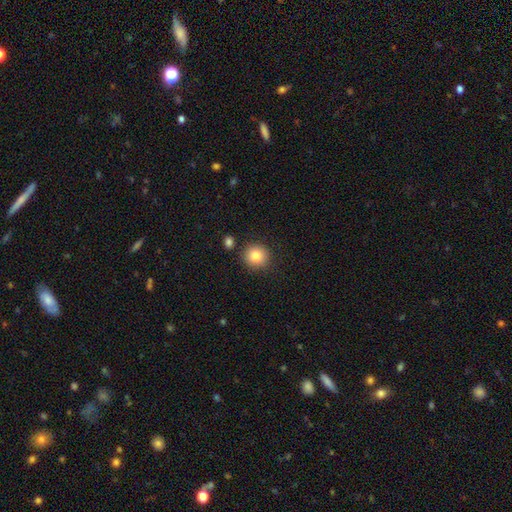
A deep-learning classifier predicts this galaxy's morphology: A smooth galaxy with no disk features (84%) that is round (91%).

Vote fractions:
- Smooth or featured? smooth: 84% / star or artifact: 10% / featured or disk: 6%
- How rounded? round: 91% / in between: 8% / cigar-shaped: 1%
- Merging? none: 86% / minor disturbance: 8% / merger: 4% / major disturbance: 2%